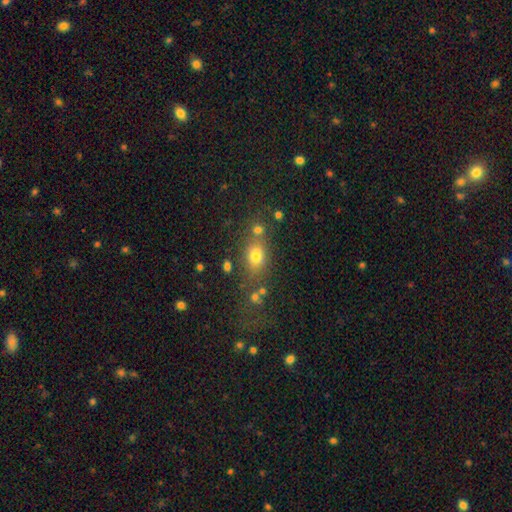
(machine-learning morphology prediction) A smooth galaxy with no disk features (70%) that is in between round and cigar-shaped (62%). Merging: none (60%).